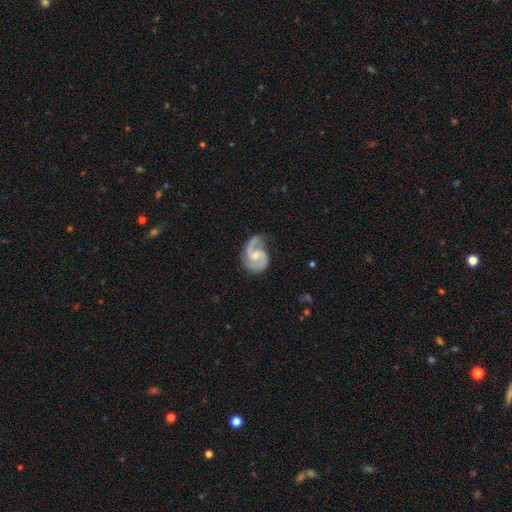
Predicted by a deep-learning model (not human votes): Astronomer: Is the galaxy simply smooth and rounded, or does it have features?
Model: featured or disk — 89%.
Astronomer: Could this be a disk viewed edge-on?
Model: no — 98%.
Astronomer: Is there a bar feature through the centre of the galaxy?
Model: no — 47% (runner-up: weak, 44%).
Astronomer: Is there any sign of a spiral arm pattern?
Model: yes — 98%.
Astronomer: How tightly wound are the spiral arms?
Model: medium — 56%.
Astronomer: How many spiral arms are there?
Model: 2 — 87%.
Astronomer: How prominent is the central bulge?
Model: small — 49% (runner-up: moderate, 38%).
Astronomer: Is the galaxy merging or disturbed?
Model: none — 63%.